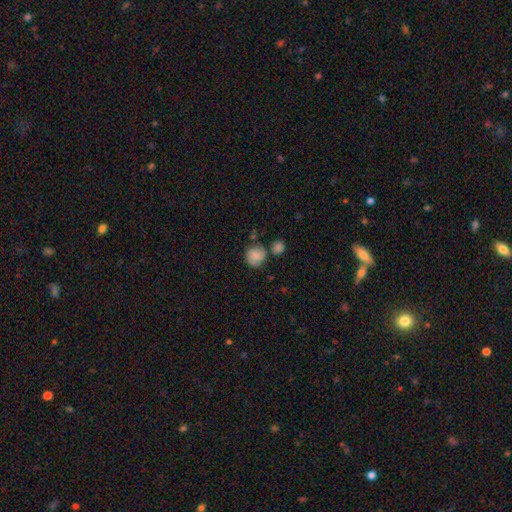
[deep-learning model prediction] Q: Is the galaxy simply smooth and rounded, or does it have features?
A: smooth — 78%.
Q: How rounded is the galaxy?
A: round — 84%.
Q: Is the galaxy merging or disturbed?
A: none — 60%.